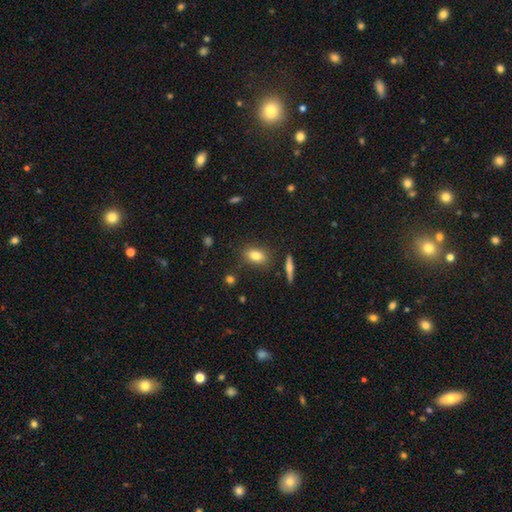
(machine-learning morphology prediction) smooth_or_featured: smooth (p=0.80) [alt: featured or disk p=0.11]
how_rounded: in between (p=0.79) [alt: round p=0.14]
merging: none (p=0.82) [alt: minor disturbance p=0.12]